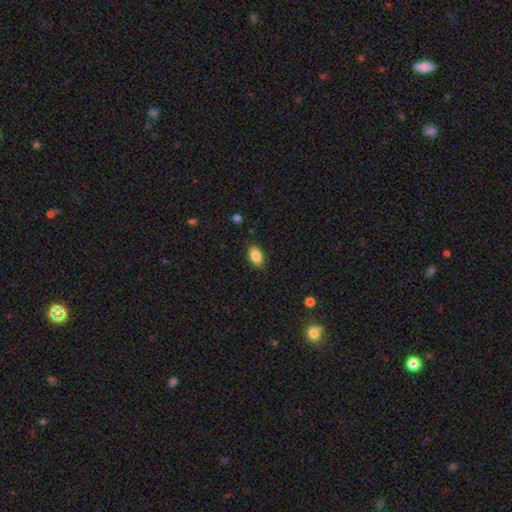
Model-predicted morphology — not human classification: Smooth or featured?
  - smooth: 86% *
  - star or artifact: 8%
  - featured or disk: 6%
How rounded?
  - in between: 89% *
  - round: 9%
  - cigar-shaped: 2%
Merging?
  - none: 86% *
  - minor disturbance: 10%
  - major disturbance: 2%
  - merger: 1%